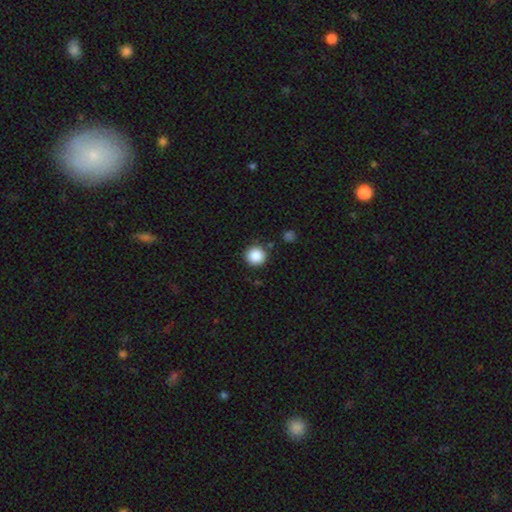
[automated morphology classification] Smooth or featured? smooth (87%)
How rounded? round (95%)
Merging? none (88%)